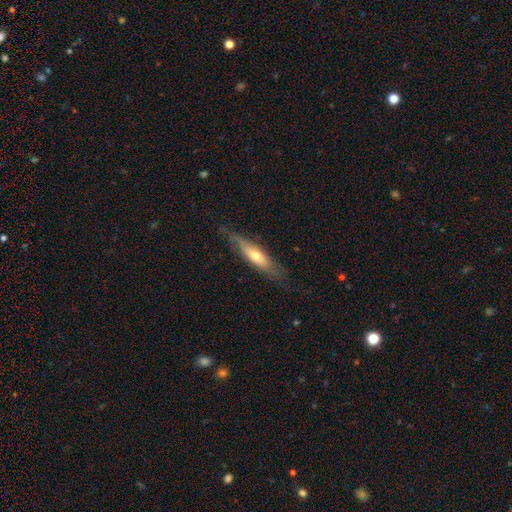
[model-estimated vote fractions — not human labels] Morphology: type=smooth (48%); merging=none (73%).